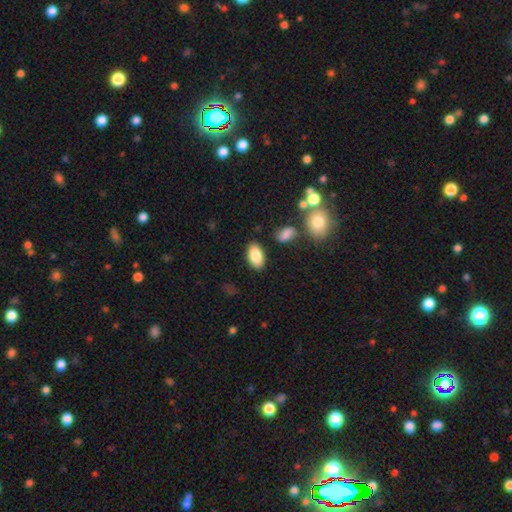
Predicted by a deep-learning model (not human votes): Morphology: type=smooth (83%); roundness=in between (93%); merging=none (85%).